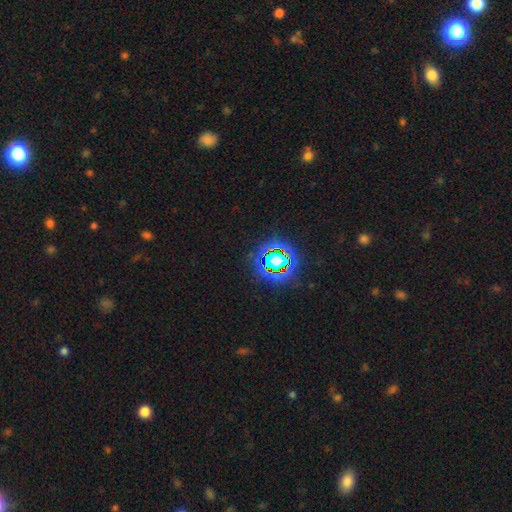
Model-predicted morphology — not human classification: This is likely a star or artifact rather than a galaxy (77%).